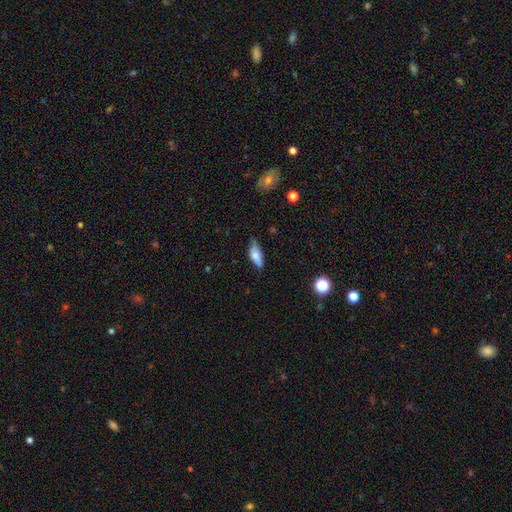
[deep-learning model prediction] Smooth or featured: smooth — 74% (featured or disk — 19%)
How rounded: in between — 77% (cigar-shaped — 21%)
Merging: none — 63% (minor disturbance — 30%)